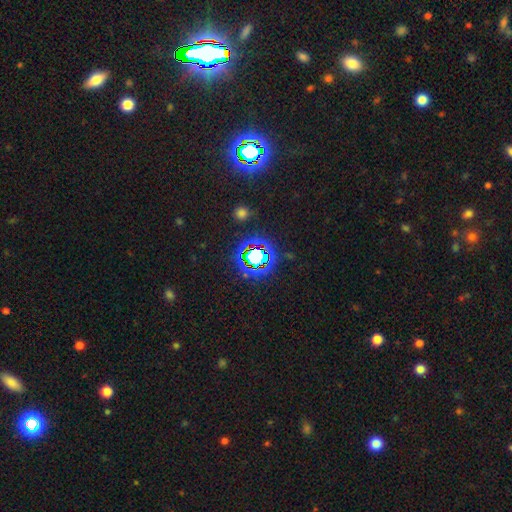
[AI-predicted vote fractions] star or artifact 72%, smooth 18%, featured or disk 10%.